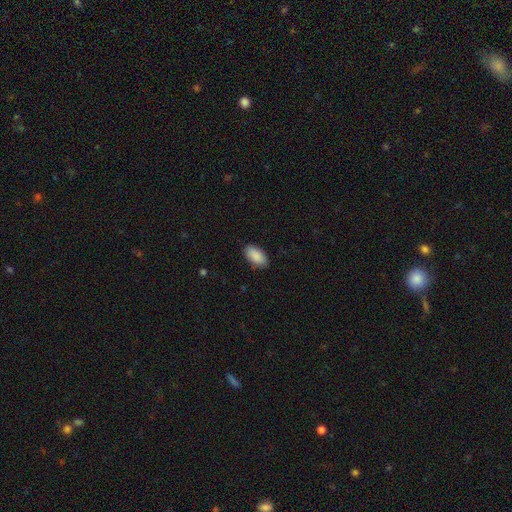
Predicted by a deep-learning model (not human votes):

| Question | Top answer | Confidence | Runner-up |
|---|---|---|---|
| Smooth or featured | smooth | 90% | star or artifact (6%) |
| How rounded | in between | 95% | cigar-shaped (2%) |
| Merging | none | 87% | minor disturbance (10%) |